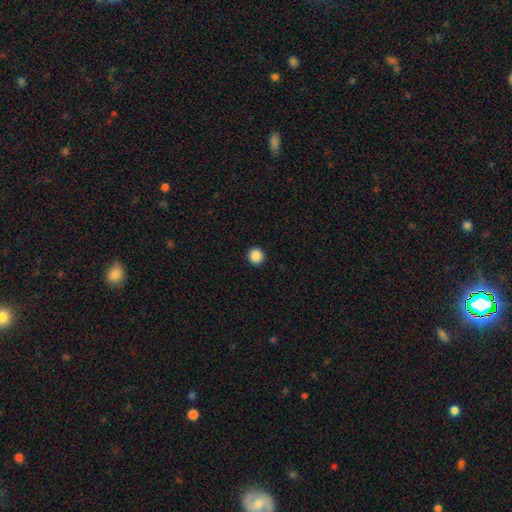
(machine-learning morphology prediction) type=smooth (88%); roundness=round (95%); merging=none (93%).